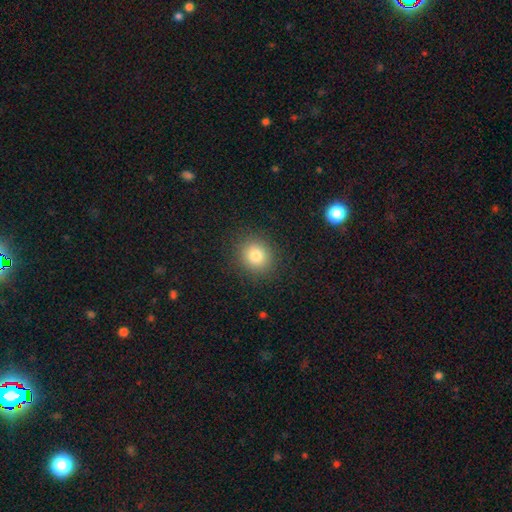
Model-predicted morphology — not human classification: Smooth or featured? smooth (80%)
How rounded? round (82%)
Merging? none (89%)